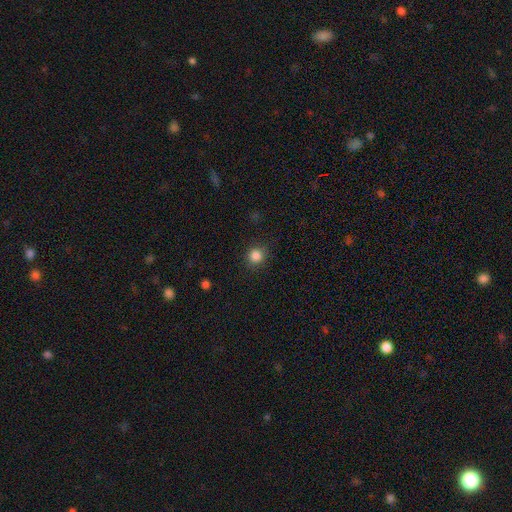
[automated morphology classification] Smooth or featured? Predicted: smooth (p=0.85). How rounded? Predicted: round (p=0.92). Merging? Predicted: none (p=0.89).